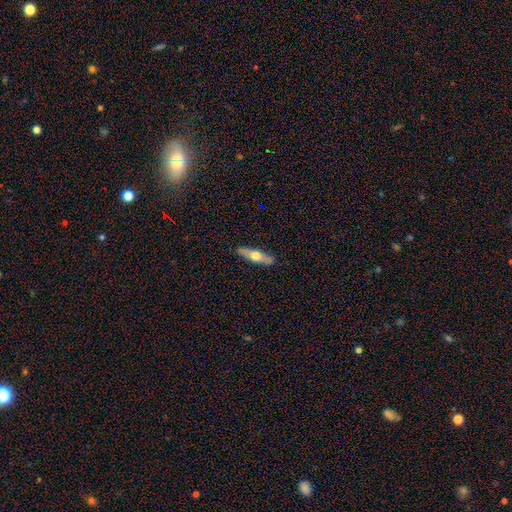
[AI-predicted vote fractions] Smooth or featured?
  - smooth: 52% *
  - featured or disk: 43%
  - star or artifact: 5%
How rounded?
  - cigar-shaped: 63% *
  - in between: 35%
  - round: 2%
Merging?
  - none: 87% *
  - minor disturbance: 10%
  - major disturbance: 2%
  - merger: 1%